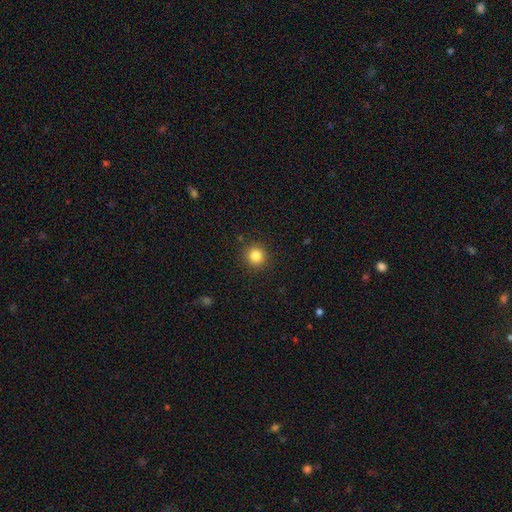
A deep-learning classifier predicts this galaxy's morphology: Overall: smooth (83%). How rounded: round (92%). Merging: none (90%).